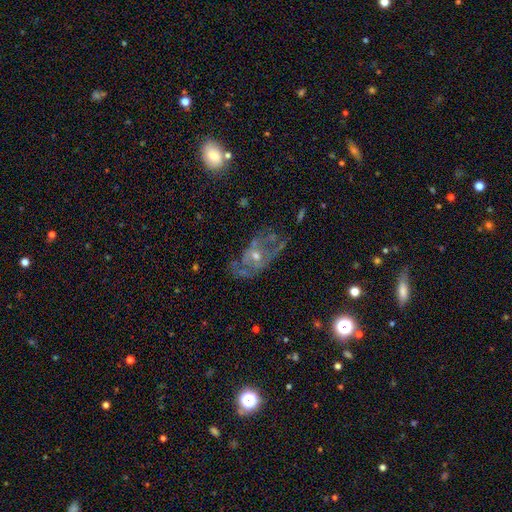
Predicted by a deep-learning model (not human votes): Morphology: type=featured or disk (71%); edge-on=no (94%); bar=no (70%); spiral arms=no (52%); bulge=moderate (48%); merging=none (49%).